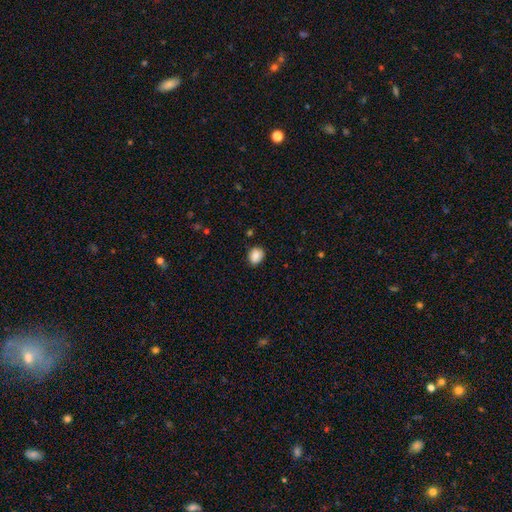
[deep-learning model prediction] Smooth or featured? smooth (87%)
How rounded? round (57%)
Merging? none (82%)